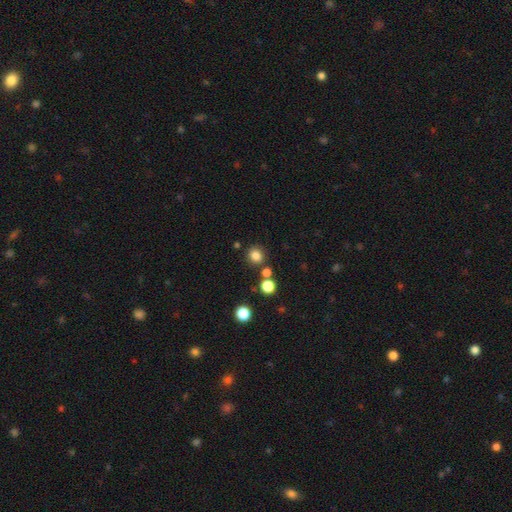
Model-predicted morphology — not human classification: Smooth or featured? Predicted: smooth (p=0.82). How rounded? Predicted: round (p=0.82). Merging? Predicted: none (p=0.80).